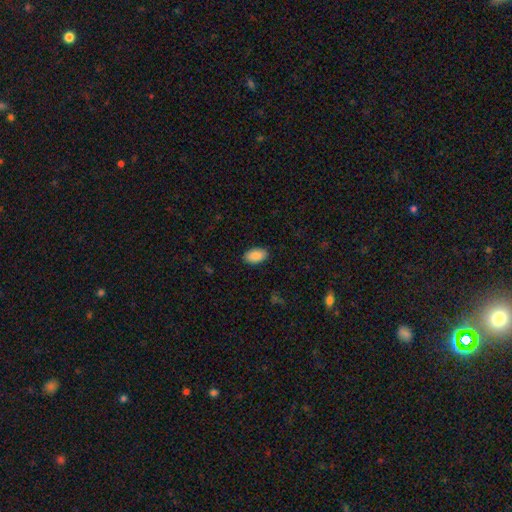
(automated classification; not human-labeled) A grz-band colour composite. It shows a smooth galaxy with no disk features (89%) that is in between round and cigar-shaped (94%). Merging: none (89%).